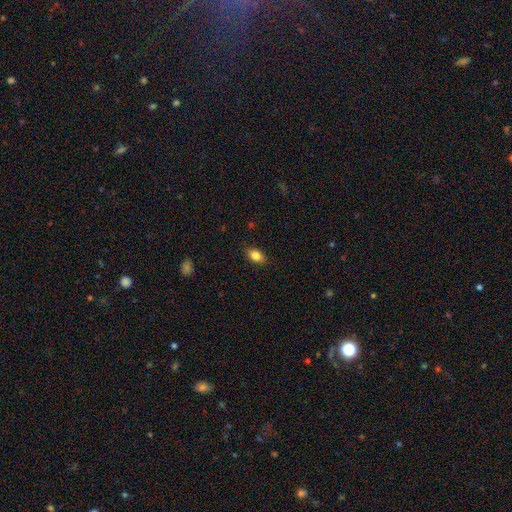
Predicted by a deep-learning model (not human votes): Q: Smooth or featured?
A: smooth (83%); runner-up: star or artifact (9%)
Q: How rounded?
A: in between (82%); runner-up: round (15%)
Q: Merging?
A: none (84%); runner-up: minor disturbance (12%)